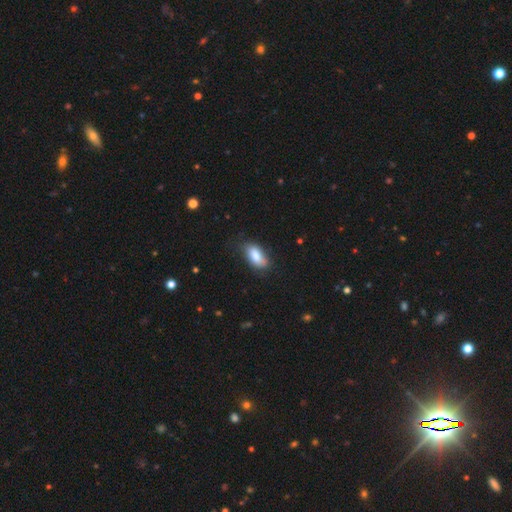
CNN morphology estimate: A smooth galaxy with no disk features (82%) that is in between round and cigar-shaped (90%). Merging: none (68%).